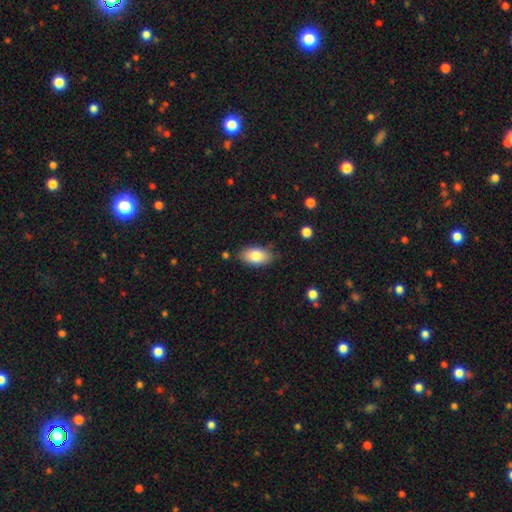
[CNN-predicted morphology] Smooth or featured: smooth — 82% (featured or disk — 11%)
How rounded: in between — 93% (round — 4%)
Merging: none — 82% (minor disturbance — 14%)